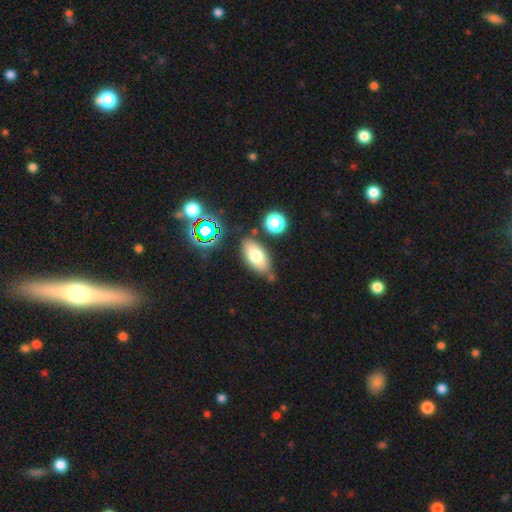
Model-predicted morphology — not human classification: Smooth or featured? Predicted: smooth (p=0.71). How rounded? Predicted: in between (p=0.89). Merging? Predicted: none (p=0.73).